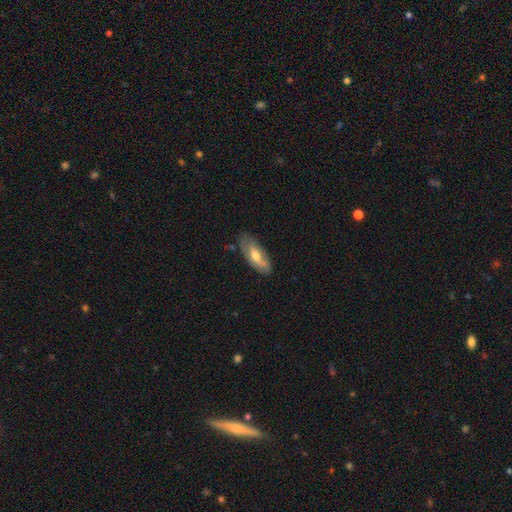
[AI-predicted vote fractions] The model was most divided on "smooth or featured": smooth: 52%, featured or disk: 41%, star or artifact: 6%. More confident: how rounded — in between (73%); merging — none (68%).